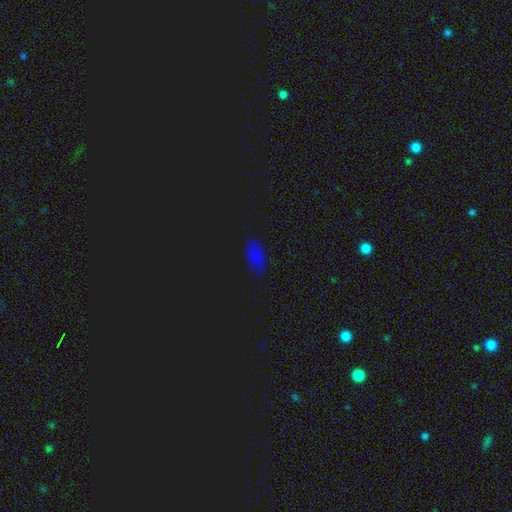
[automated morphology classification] smooth-or-featured: smooth: 63% | star or artifact: 30% | featured or disk: 7%
  how-rounded: in between: 88% | round: 7% | cigar-shaped: 5%
  merging: none: 82% | minor disturbance: 12% | major disturbance: 3% | merger: 2%